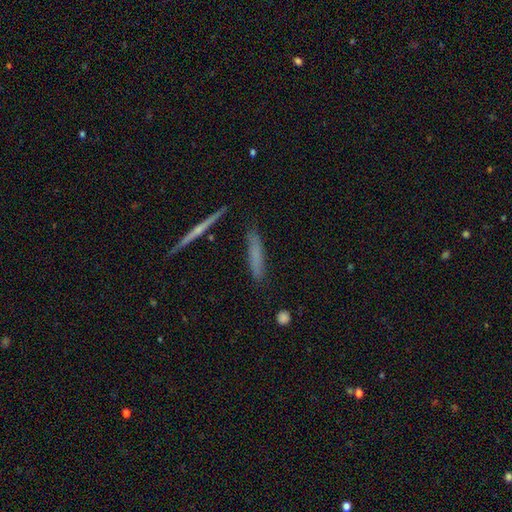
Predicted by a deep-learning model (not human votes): Morphology: type=smooth (61%); roundness=cigar-shaped (87%); merging=none (81%).